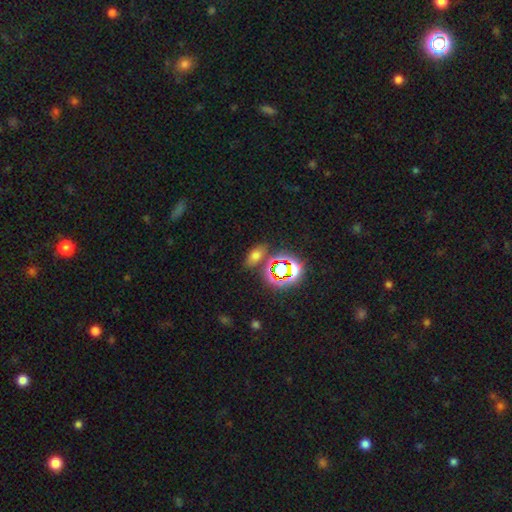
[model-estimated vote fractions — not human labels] The model was most divided on "smooth or featured": smooth: 56%, star or artifact: 33%, featured or disk: 11%. More confident: how rounded — in between (81%); merging — none (75%).